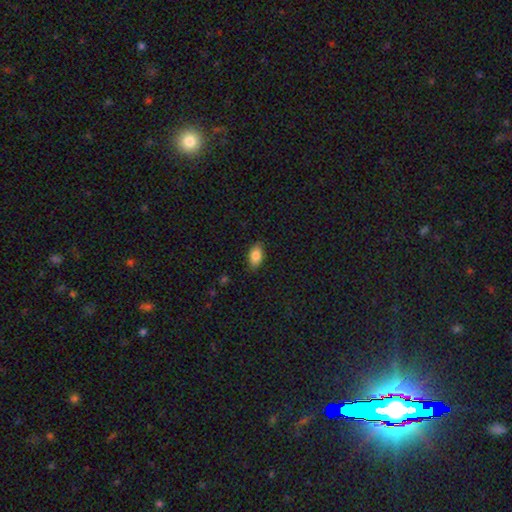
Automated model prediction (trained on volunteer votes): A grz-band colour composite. It shows a smooth galaxy with no disk features (84%) that is in between round and cigar-shaped (91%). Merging: none (86%).